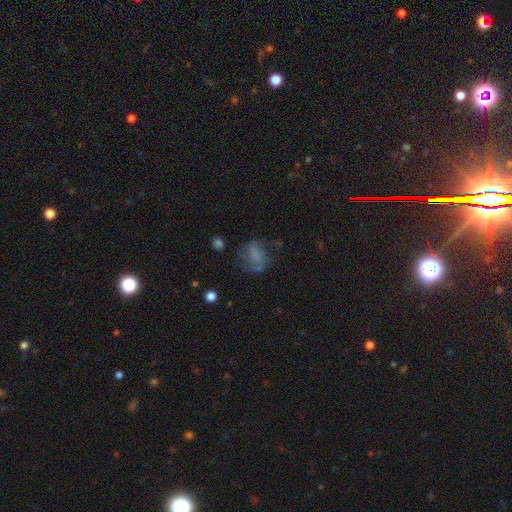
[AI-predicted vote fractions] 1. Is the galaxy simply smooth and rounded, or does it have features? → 59% smooth, 26% featured or disk, 15% star or artifact.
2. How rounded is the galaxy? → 62% in between, 36% round, 2% cigar-shaped.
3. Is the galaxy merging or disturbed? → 44% none, 27% major disturbance, 25% minor disturbance, 5% merger.